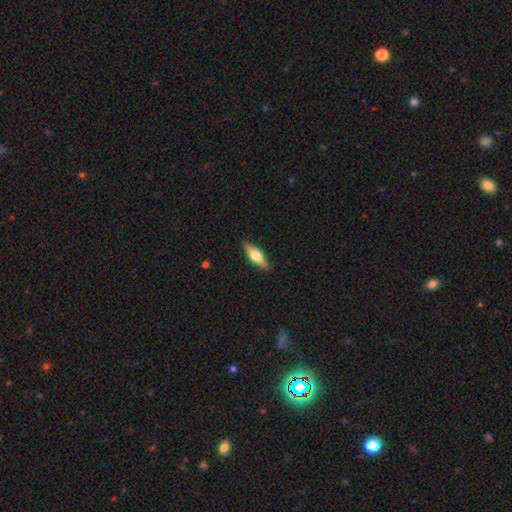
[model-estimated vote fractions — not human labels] Smooth or featured?
  - smooth: 52% *
  - featured or disk: 42%
  - star or artifact: 6%
How rounded?
  - in between: 56% *
  - cigar-shaped: 41%
  - round: 3%
Merging?
  - none: 89% *
  - minor disturbance: 8%
  - major disturbance: 2%
  - merger: 1%